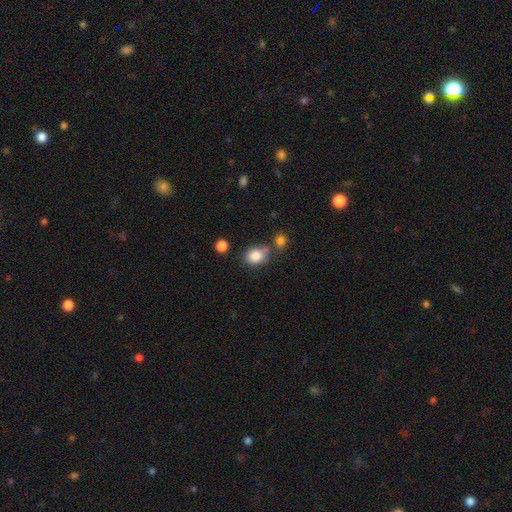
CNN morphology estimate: Smooth or featured: smooth — 85% (star or artifact — 9%)
How rounded: in between — 58% (round — 41%)
Merging: none — 59% (minor disturbance — 18%)